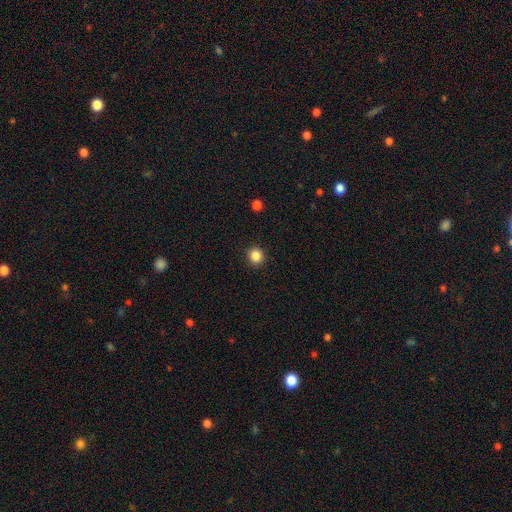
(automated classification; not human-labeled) Smooth or featured: smooth — 86% (star or artifact — 11%)
How rounded: round — 92% (in between — 7%)
Merging: none — 92% (minor disturbance — 5%)